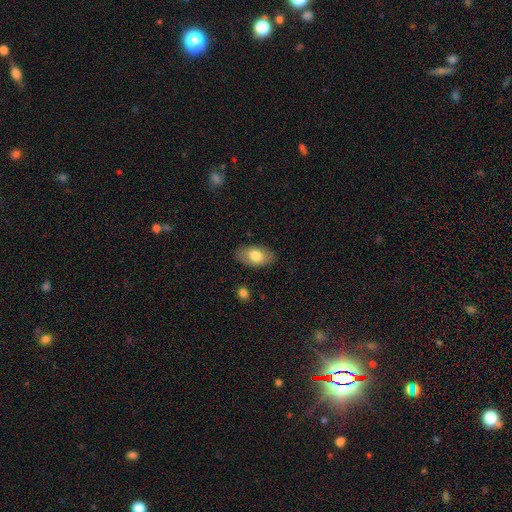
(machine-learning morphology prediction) smooth_or_featured: smooth (p=0.77) [alt: featured or disk p=0.17]
how_rounded: in between (p=0.94) [alt: round p=0.04]
merging: none (p=0.85) [alt: minor disturbance p=0.11]